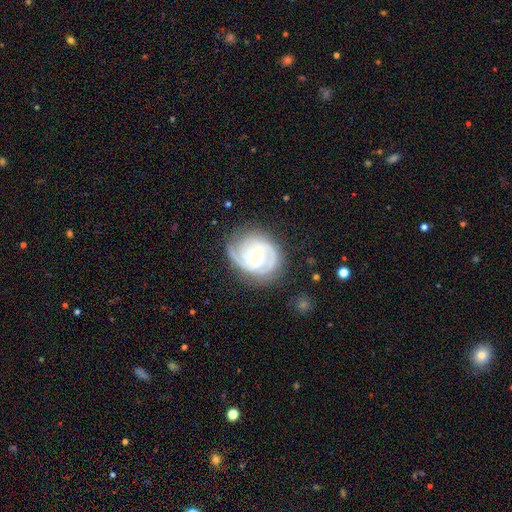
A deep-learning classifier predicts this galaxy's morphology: Q: Smooth or featured?
A: featured or disk (87%); runner-up: smooth (9%)
Q: Edge-on disk?
A: no (98%); runner-up: yes (2%)
Q: Bar?
A: no (58%); runner-up: weak (33%)
Q: Spiral arms?
A: yes (96%); runner-up: no (4%)
Q: Spiral winding?
A: tight (65%); runner-up: medium (28%)
Q: Spiral arm count?
A: 2 (41%); runner-up: 3 (27%)
Q: Bulge size?
A: moderate (76%); runner-up: small (13%)
Q: Merging?
A: none (73%); runner-up: minor disturbance (19%)